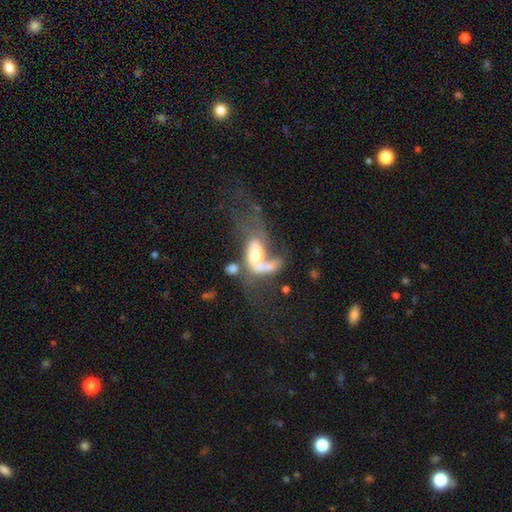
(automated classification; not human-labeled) Smooth or featured? featured or disk (50%)
Edge-on disk? no (90%)
Merging? merger (59%)